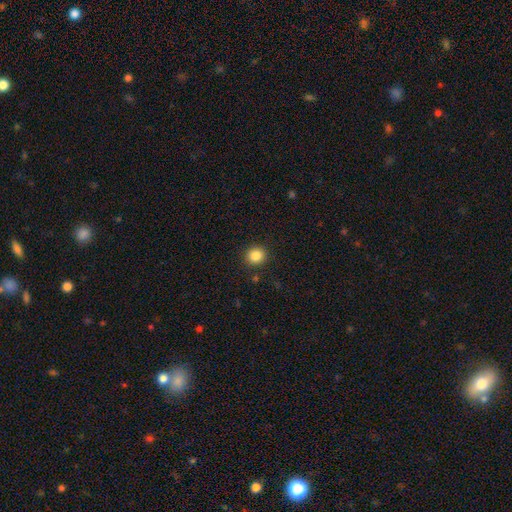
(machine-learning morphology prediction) Smooth or featured? smooth (85%)
How rounded? round (89%)
Merging? none (90%)